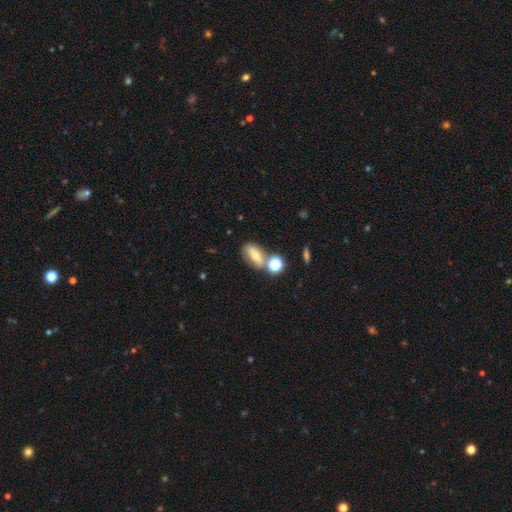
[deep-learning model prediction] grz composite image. It shows a smooth galaxy with no disk features (58%) that is in between round and cigar-shaped (73%). Merging: none (55%).